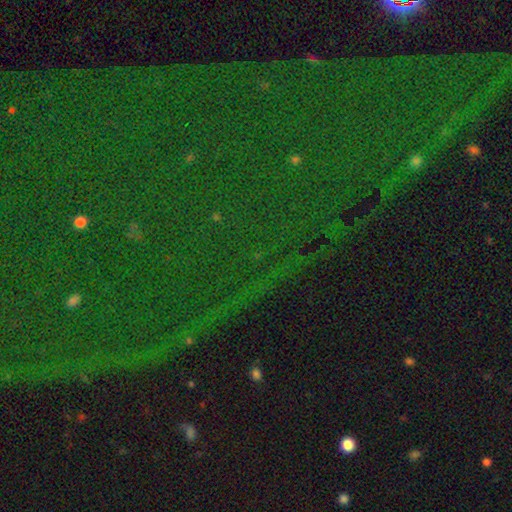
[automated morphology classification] Smooth or featured? Predicted: star or artifact (p=0.84).